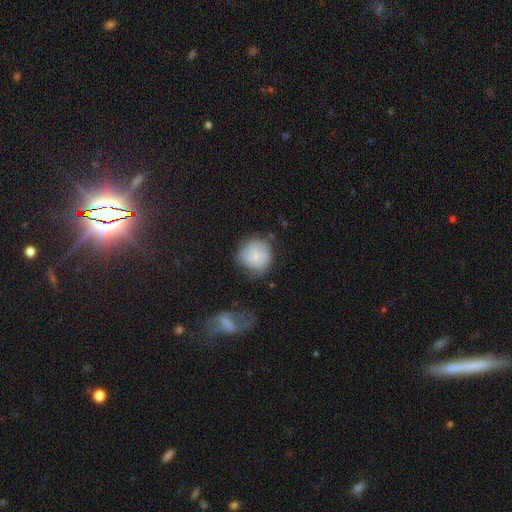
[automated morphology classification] smooth_or_featured: smooth (p=0.68) [alt: featured or disk p=0.25]
how_rounded: round (p=0.88) [alt: in between p=0.11]
merging: none (p=0.59) [alt: minor disturbance p=0.27]